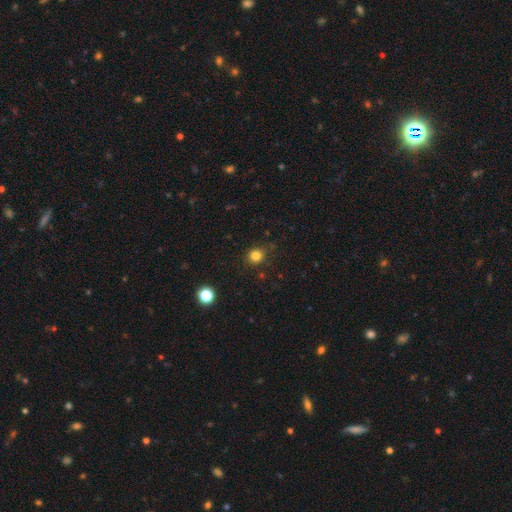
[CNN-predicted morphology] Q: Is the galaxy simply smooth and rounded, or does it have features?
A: smooth — 82%.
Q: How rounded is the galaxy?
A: round — 87%.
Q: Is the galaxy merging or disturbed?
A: none — 84%.